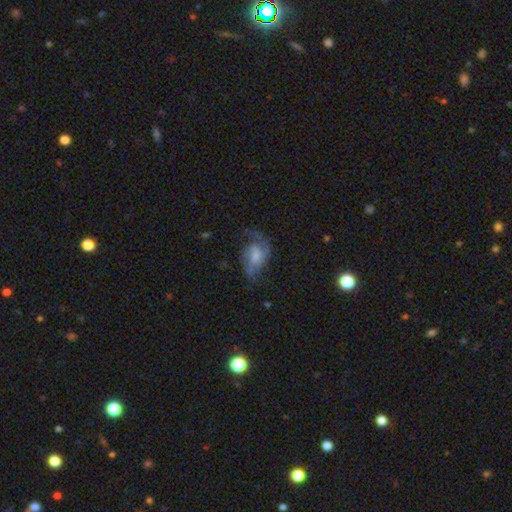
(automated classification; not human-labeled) Smooth or featured? featured or disk (72%)
Edge-on disk? no (97%)
Bar? weak (48%)
Spiral arms? yes (91%)
Spiral winding? loose (43%, tied with medium)
Spiral arm count? 2 (67%)
Bulge size? moderate (34%)
Merging? none (46%)